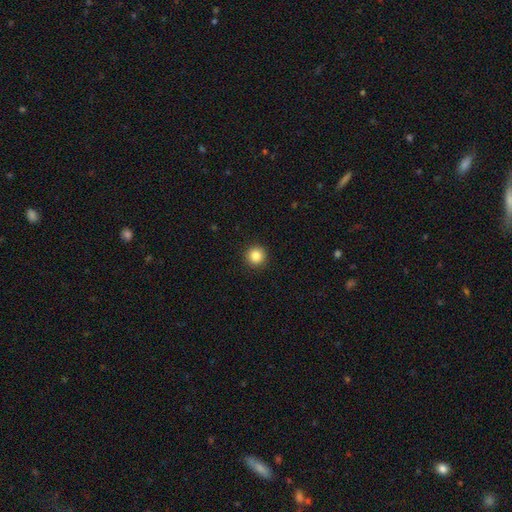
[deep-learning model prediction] Smooth or featured?
  - smooth: 86% *
  - star or artifact: 10%
  - featured or disk: 4%
How rounded?
  - round: 96% *
  - in between: 3%
  - cigar-shaped: 1%
Merging?
  - none: 93% *
  - minor disturbance: 4%
  - major disturbance: 2%
  - merger: 1%